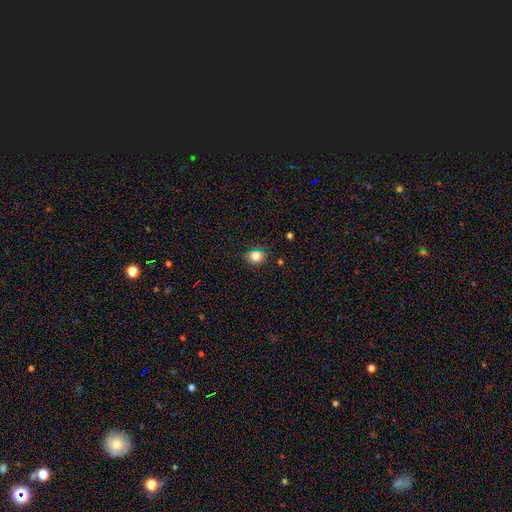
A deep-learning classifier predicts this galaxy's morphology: Smooth or featured? Predicted: smooth (p=0.80). How rounded? Predicted: round (p=0.63). Merging? Predicted: none (p=0.81).